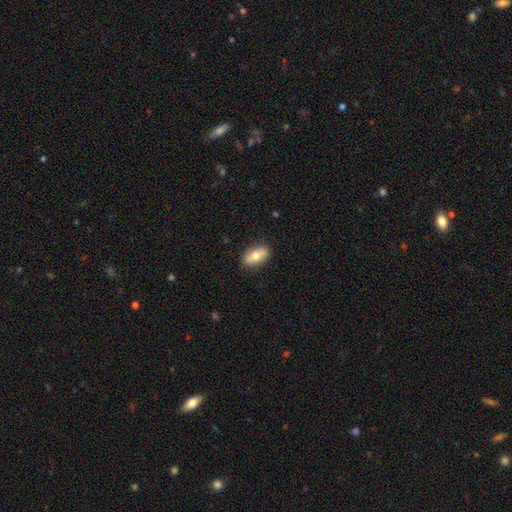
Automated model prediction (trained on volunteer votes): A smooth galaxy with no disk features (68%) that is in between round and cigar-shaped (88%). Merging: none (86%).